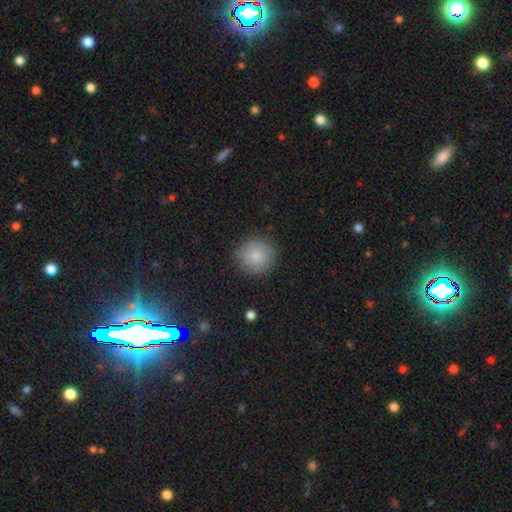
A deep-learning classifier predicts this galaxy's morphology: smooth-or-featured: smooth: 85% | star or artifact: 8% | featured or disk: 7%
  how-rounded: round: 93% | in between: 6% | cigar-shaped: 1%
  merging: none: 86% | minor disturbance: 10% | major disturbance: 3% | merger: 1%